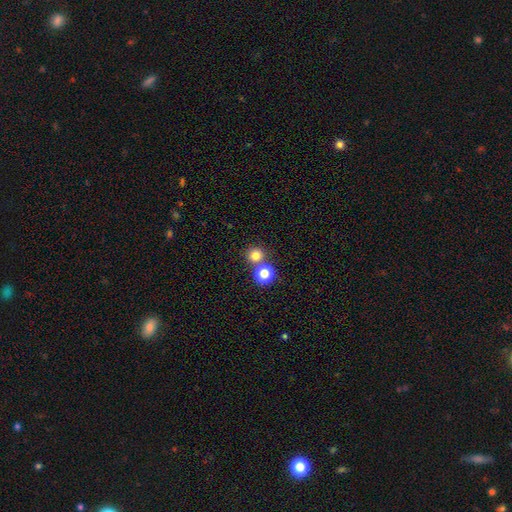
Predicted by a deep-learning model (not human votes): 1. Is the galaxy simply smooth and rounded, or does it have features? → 78% smooth, 16% star or artifact, 6% featured or disk.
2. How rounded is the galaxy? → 92% round, 7% in between, 1% cigar-shaped.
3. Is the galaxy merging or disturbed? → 68% none, 24% merger, 6% minor disturbance, 2% major disturbance.